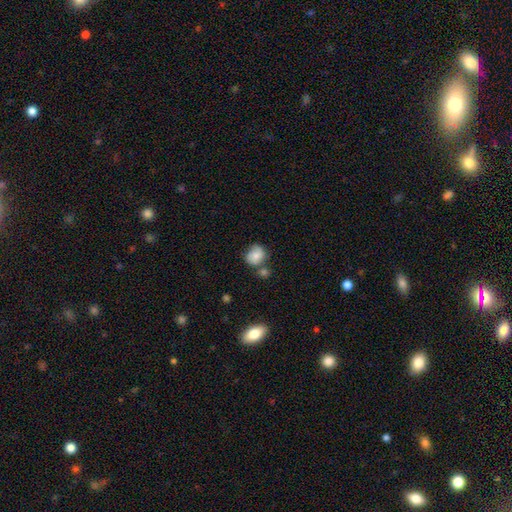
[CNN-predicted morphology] smooth-or-featured: smooth: 70% | featured or disk: 21% | star or artifact: 9%
  how-rounded: round: 64% | in between: 35% | cigar-shaped: 1%
  merging: none: 49% | minor disturbance: 25% | merger: 19% | major disturbance: 7%